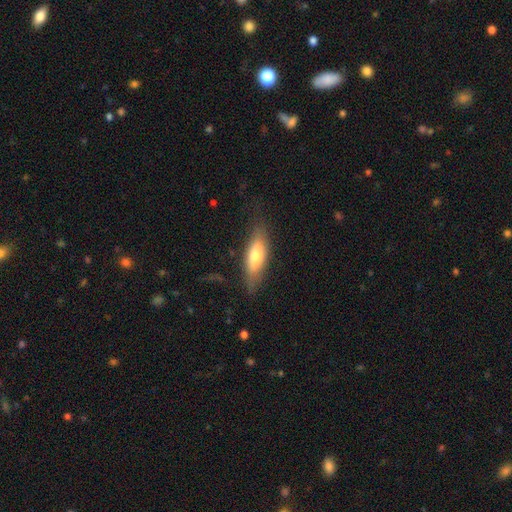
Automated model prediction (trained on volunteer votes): The model was most divided on "how rounded": in between: 58%, cigar-shaped: 39%, round: 3%. More confident: merging — none (71%); smooth or featured — smooth (62%).